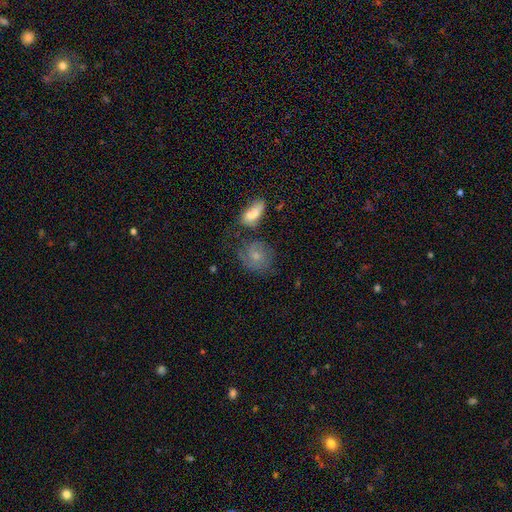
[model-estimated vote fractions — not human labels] A featured or disk galaxy (46%). Merging: none (50%).